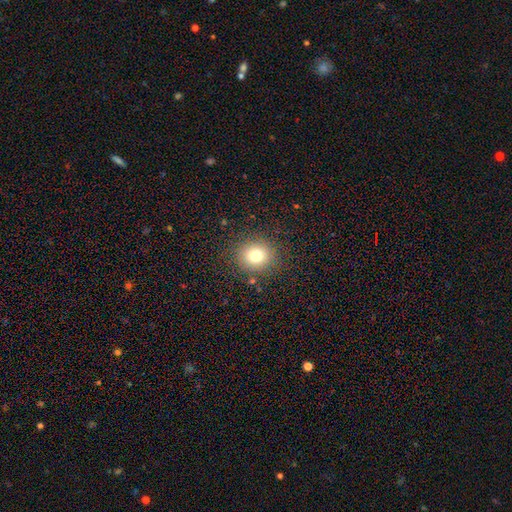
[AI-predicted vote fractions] A smooth galaxy with no disk features (77%) that is round (81%). Merging: none (87%).